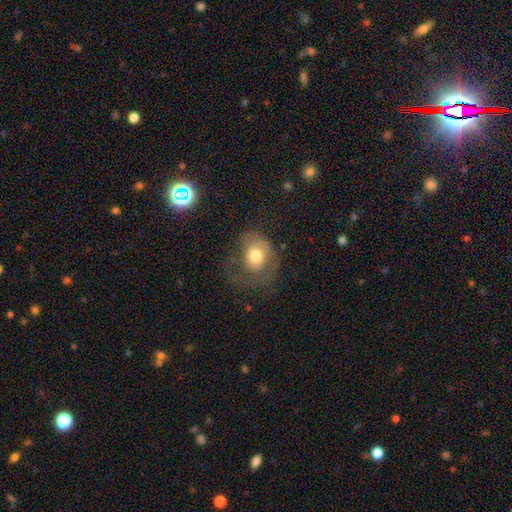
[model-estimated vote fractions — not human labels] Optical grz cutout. It shows a smooth galaxy with no disk features (64%) that is round (51%). Merging: none (37%).